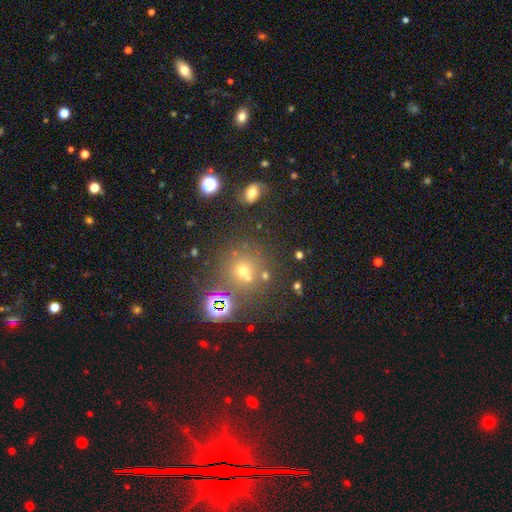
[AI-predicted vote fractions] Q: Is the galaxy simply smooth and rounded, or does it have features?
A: star or artifact — 51%.